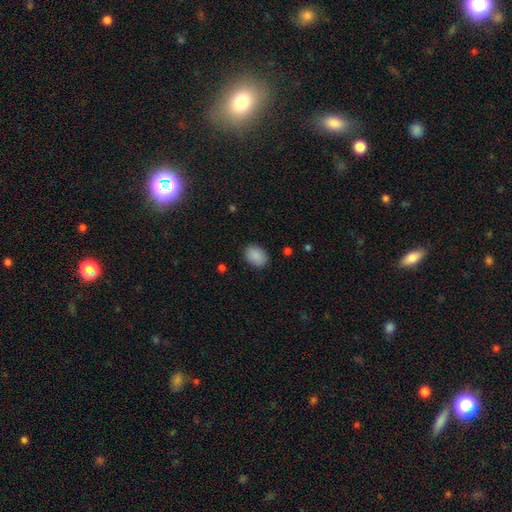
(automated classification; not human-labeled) Smooth or featured: smooth — 89% (star or artifact — 7%)
How rounded: in between — 75% (round — 24%)
Merging: none — 86% (minor disturbance — 10%)